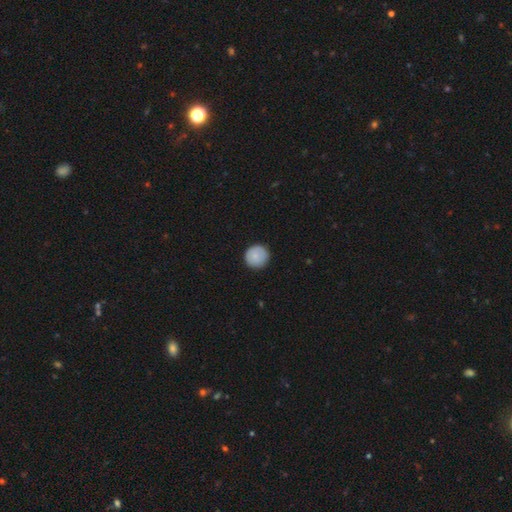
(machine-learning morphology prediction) A smooth galaxy with no disk features (85%) that is round (94%). Merging: none (91%).